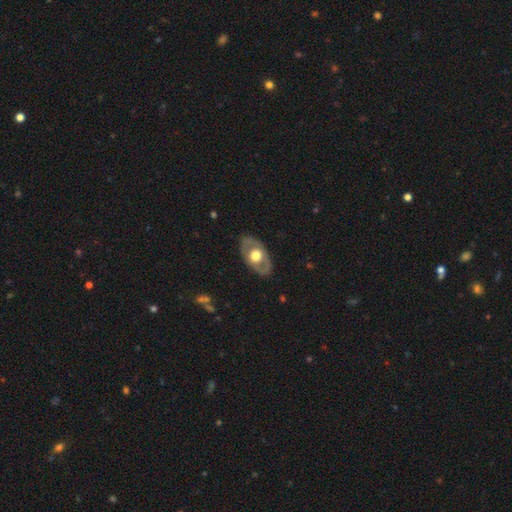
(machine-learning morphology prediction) featured or disk 54%, smooth 41%, star or artifact 5%. Down the decision tree: edge-on disk — no (85%); merging — none (83%).